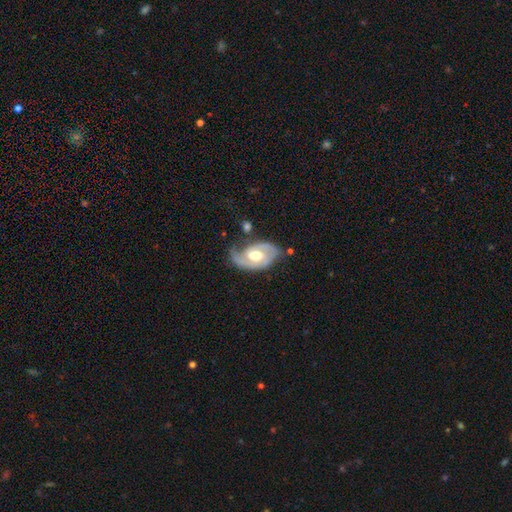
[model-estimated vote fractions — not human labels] Overall: featured or disk (87%). Edge-on disk: no (97%). Bar: weak (46%; no 38%). Spiral arms: yes (95%). Spiral arm count: 2 (81%). Spiral winding: medium (46%; tight 40%). Bulge size: moderate (74%). Merging: none (62%; minor disturbance 23%).